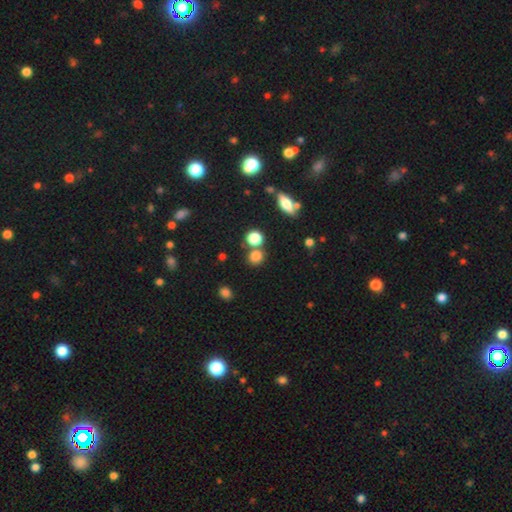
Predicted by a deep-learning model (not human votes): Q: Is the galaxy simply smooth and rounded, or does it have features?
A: smooth — 78%.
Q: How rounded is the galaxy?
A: round — 80%.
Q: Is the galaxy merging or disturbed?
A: none — 66%.